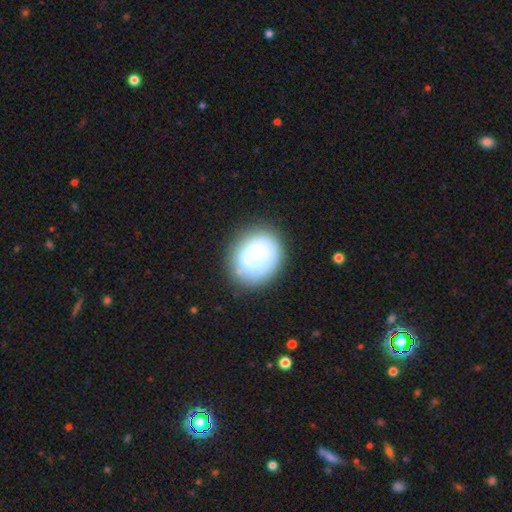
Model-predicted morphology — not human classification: A smooth galaxy with no disk features (70%) that is round (66%).

Vote fractions:
- Smooth or featured? smooth: 70% / featured or disk: 22% / star or artifact: 8%
- How rounded? round: 66% / in between: 33% / cigar-shaped: 1%
- Merging? none: 64% / minor disturbance: 20% / major disturbance: 9% / merger: 7%